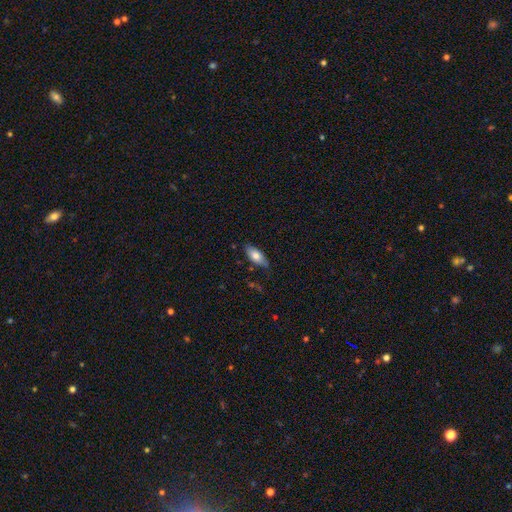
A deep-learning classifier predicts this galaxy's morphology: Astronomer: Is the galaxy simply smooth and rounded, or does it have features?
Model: smooth — 73%.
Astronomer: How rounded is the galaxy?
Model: in between — 86%.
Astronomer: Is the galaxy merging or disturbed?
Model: none — 76%.